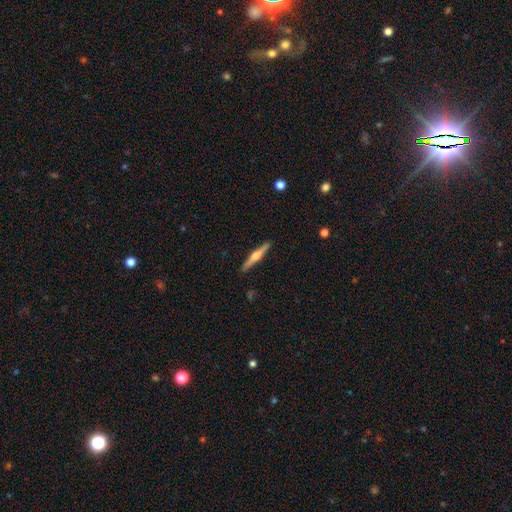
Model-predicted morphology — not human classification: smooth-or-featured: featured or disk: 66% | smooth: 29% | star or artifact: 5%
  disk-edge-on: yes: 98% | no: 2%
    edge-on-bulge: rounded: 89% | boxy: 6% | none: 5%
  merging: none: 91% | minor disturbance: 7% | major disturbance: 1% | merger: 1%